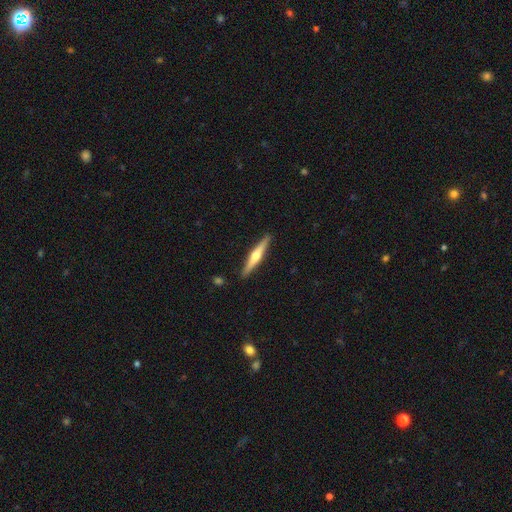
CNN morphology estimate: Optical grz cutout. It shows a featured or disk galaxy (69%) viewed edge-on (98%) with a rounded central bulge (93%). Merging: none (91%).